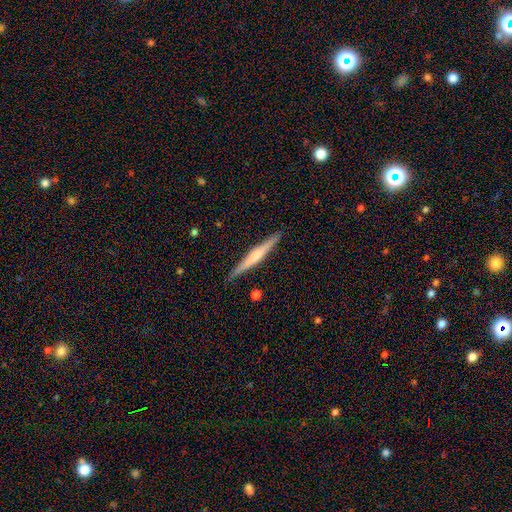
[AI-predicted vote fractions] Q: Smooth or featured?
A: featured or disk (62%); runner-up: smooth (33%)
Q: Edge-on disk?
A: yes (98%); runner-up: no (2%)
Q: Edge-on bulge?
A: rounded (57%); runner-up: none (24%)
Q: Merging?
A: none (90%); runner-up: minor disturbance (8%)